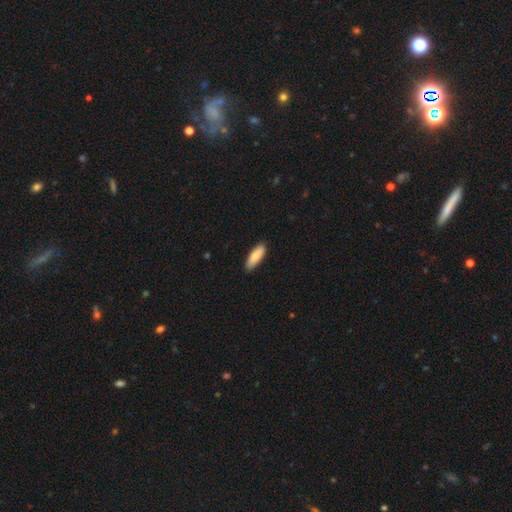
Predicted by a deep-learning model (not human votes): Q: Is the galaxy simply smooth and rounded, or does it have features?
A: smooth — 83%.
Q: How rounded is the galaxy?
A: in between — 60%.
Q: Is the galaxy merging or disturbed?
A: none — 89%.